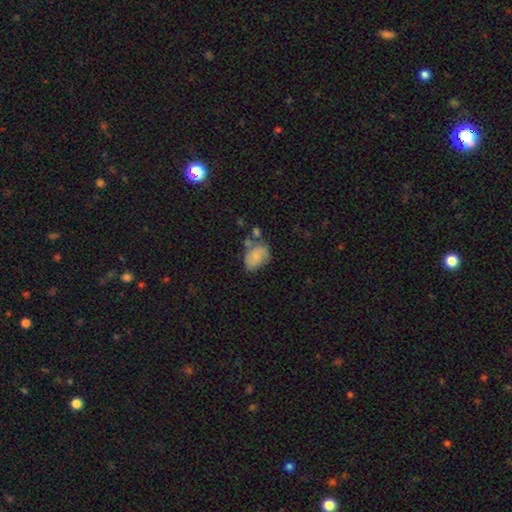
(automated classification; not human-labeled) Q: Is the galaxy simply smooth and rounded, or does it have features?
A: smooth — 73%.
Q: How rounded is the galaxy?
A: in between — 79%.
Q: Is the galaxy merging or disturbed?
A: none — 40%.